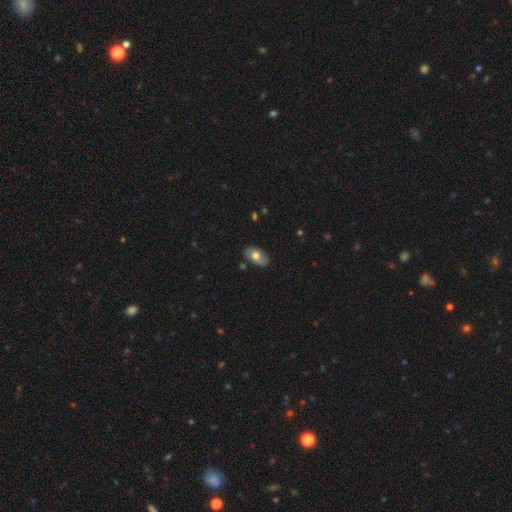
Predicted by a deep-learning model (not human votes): Smooth or featured?
  - smooth: 69% *
  - featured or disk: 24%
  - star or artifact: 7%
How rounded?
  - in between: 93% *
  - round: 5%
  - cigar-shaped: 2%
Merging?
  - none: 82% *
  - minor disturbance: 13%
  - major disturbance: 2%
  - merger: 2%